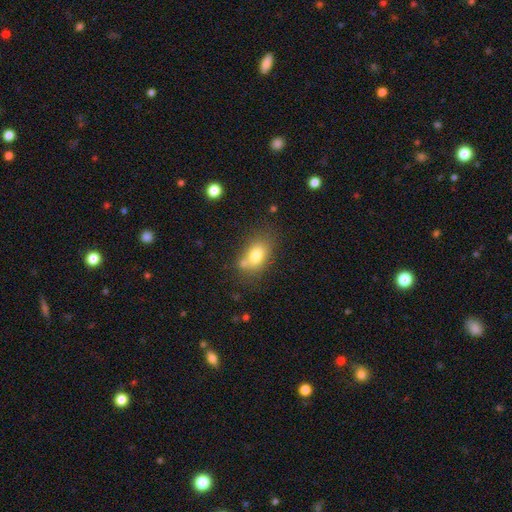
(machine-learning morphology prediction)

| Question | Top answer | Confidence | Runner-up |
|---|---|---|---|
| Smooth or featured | smooth | 76% | featured or disk (14%) |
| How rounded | in between | 81% | round (17%) |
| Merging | none | 57% | merger (19%) |